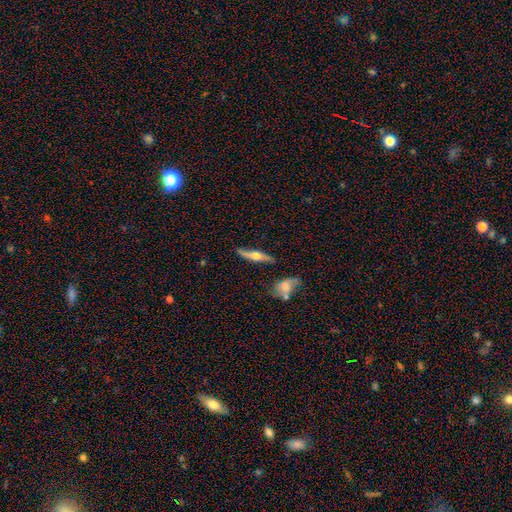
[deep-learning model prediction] smooth-or-featured: featured or disk: 63% | smooth: 32% | star or artifact: 6%
  disk-edge-on: yes: 82% | no: 18%
    edge-on-bulge: rounded: 92% | boxy: 4% | none: 4%
  merging: none: 74% | minor disturbance: 17% | major disturbance: 4% | merger: 4%